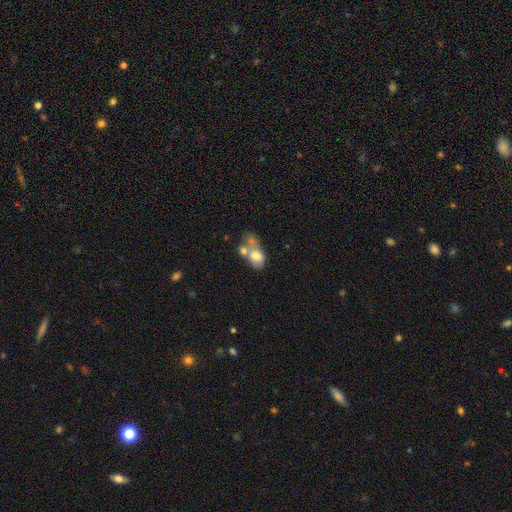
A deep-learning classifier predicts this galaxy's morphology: Smooth or featured? Predicted: smooth (p=0.66). How rounded? Predicted: in between (p=0.72). Merging? Predicted: merger (p=0.62).